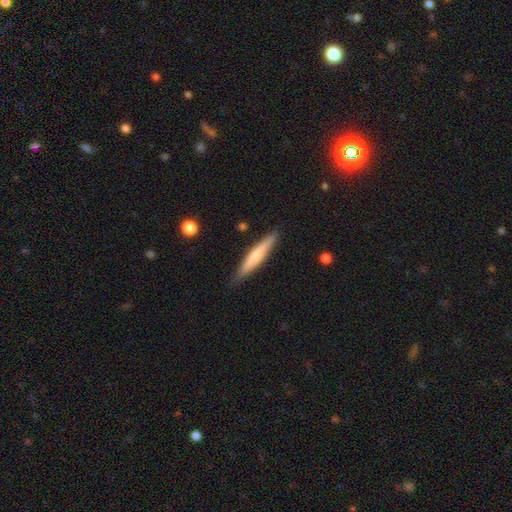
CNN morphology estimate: Smooth or featured? Predicted: smooth (p=0.54). How rounded? Predicted: cigar-shaped (p=0.92). Merging? Predicted: none (p=0.87).